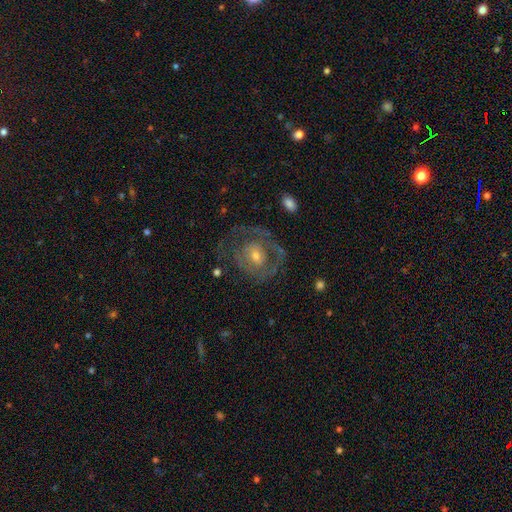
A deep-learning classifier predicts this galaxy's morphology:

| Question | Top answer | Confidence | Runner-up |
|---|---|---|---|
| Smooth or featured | featured or disk | 68% | smooth (25%) |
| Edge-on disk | no | 97% | yes (3%) |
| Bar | no | 71% | weak (24%) |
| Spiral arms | yes | 50% | tied: no (50%) |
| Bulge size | moderate | 51% | small (42%) |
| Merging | none | 58% | major disturbance (21%) |